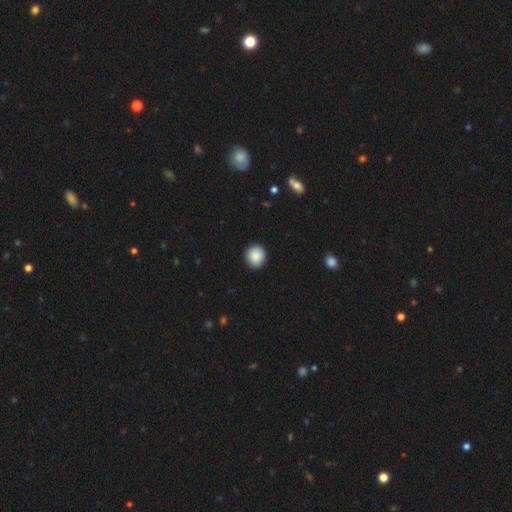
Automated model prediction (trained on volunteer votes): The model was most divided on "how rounded": round: 87%, in between: 12%, cigar-shaped: 1%. More confident: merging — none (90%); smooth or featured — smooth (89%).